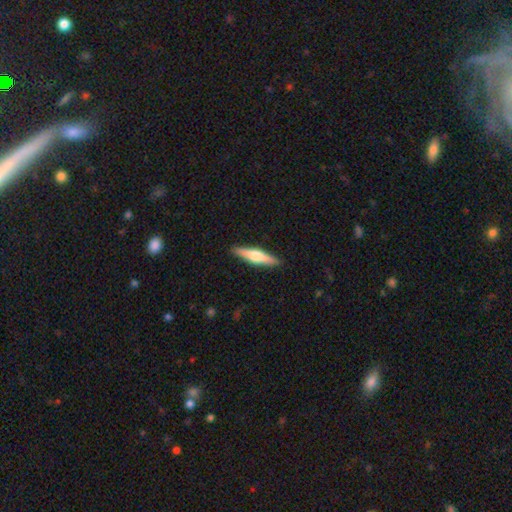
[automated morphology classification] Smooth or featured? Predicted: featured or disk (p=0.51). Edge-on disk? Predicted: yes (p=0.96). Merging? Predicted: none (p=0.91).